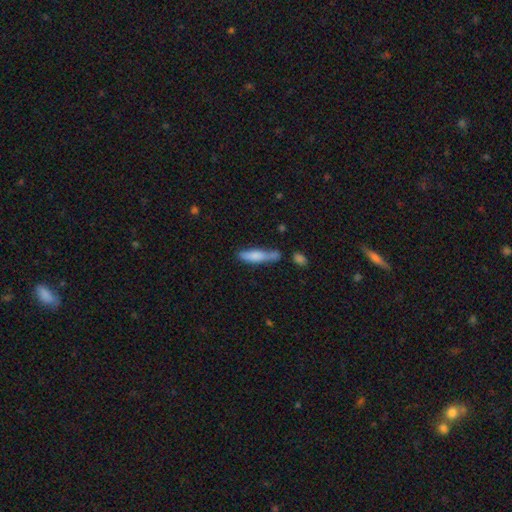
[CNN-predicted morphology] smooth_or_featured: smooth (p=0.75) [alt: featured or disk p=0.19]
how_rounded: cigar-shaped (p=0.72) [alt: in between p=0.26]
merging: none (p=0.48) [alt: minor disturbance p=0.24]